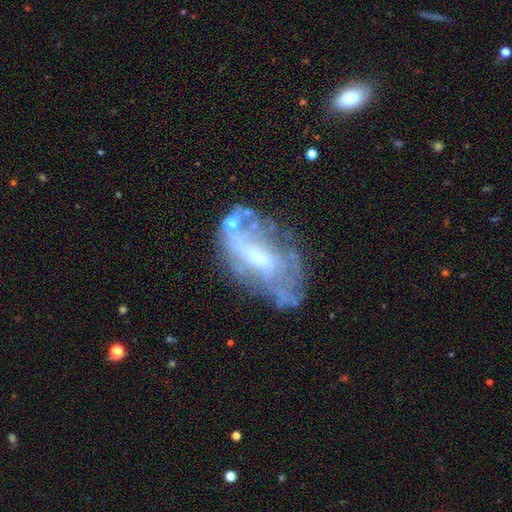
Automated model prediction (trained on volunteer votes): Morphology: type=featured or disk (71%); edge-on=no (92%); bar=no (41%); spiral arms=yes (52%); bulge=small (55%); merging=none (49%).